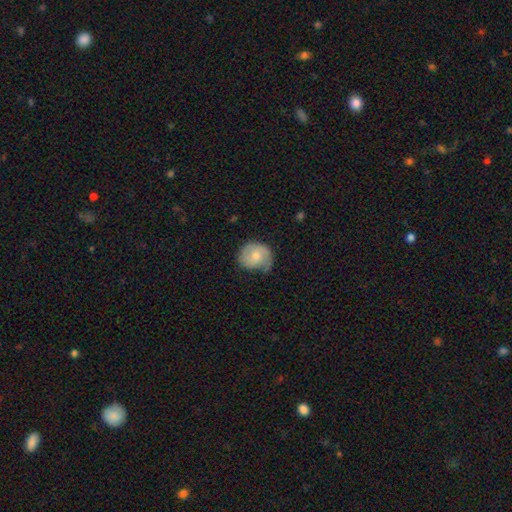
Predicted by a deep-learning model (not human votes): smooth 48%, featured or disk 45%, star or artifact 7%. Down the decision tree: merging — none (52%).